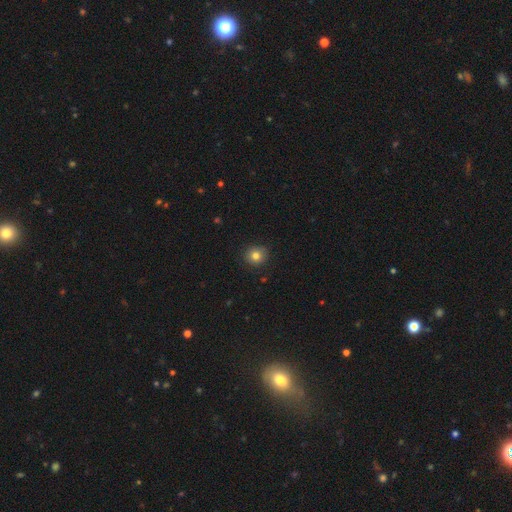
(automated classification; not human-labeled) This appears to be a smooth galaxy with no disk features (81%) that is round (89%). Merging: none (89%).